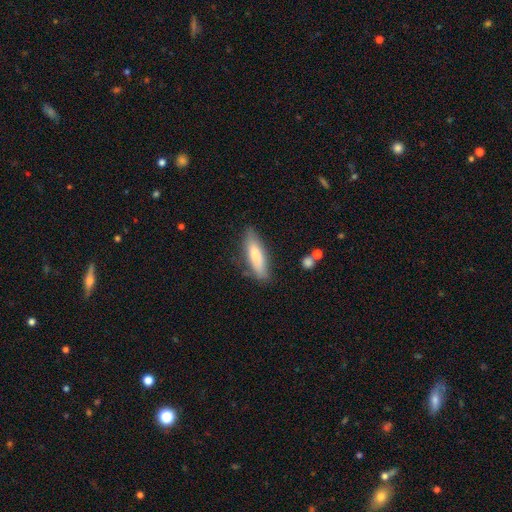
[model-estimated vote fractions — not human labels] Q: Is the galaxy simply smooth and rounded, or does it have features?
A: smooth — 74%.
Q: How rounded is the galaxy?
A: cigar-shaped — 58%.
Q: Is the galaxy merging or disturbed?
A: none — 76%.